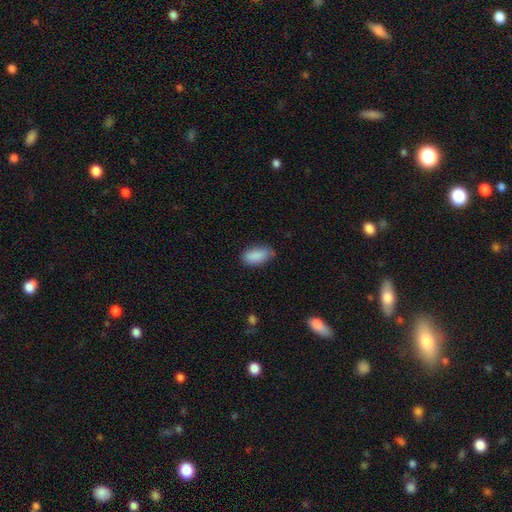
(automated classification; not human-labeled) Overall: smooth (88%). How rounded: in between (92%). Merging: none (70%).